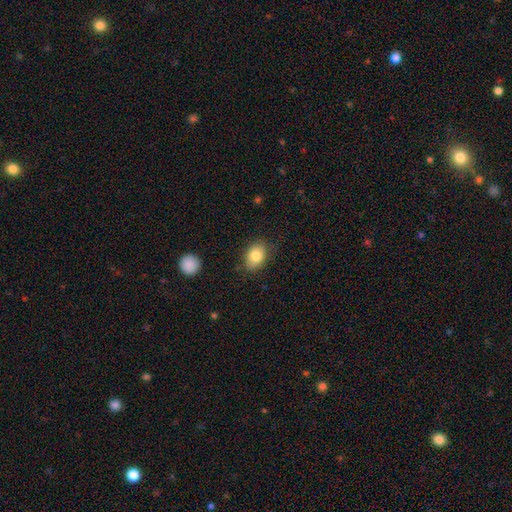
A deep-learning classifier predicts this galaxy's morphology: A smooth galaxy with no disk features (81%) that is in between round and cigar-shaped (76%). Merging: none (80%).